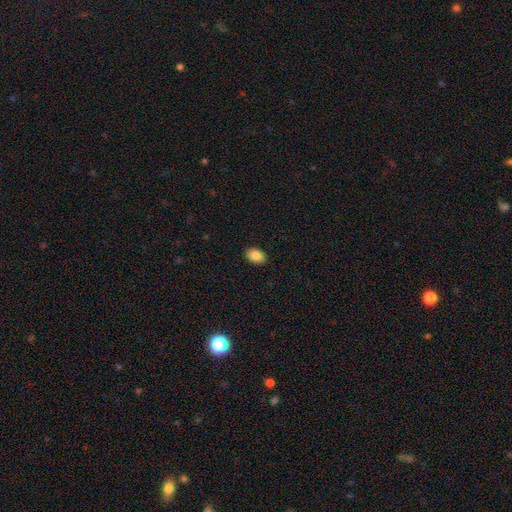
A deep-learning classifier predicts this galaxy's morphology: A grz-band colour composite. It shows a smooth galaxy with no disk features (87%) that is in between round and cigar-shaped (89%). Merging: none (90%).